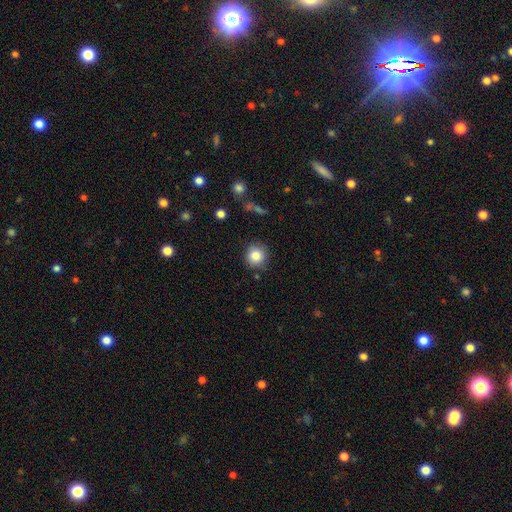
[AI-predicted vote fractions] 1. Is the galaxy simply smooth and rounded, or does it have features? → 83% smooth, 10% star or artifact, 7% featured or disk.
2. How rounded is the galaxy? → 92% round, 7% in between, 1% cigar-shaped.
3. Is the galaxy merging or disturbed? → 86% none, 9% minor disturbance, 2% major disturbance, 2% merger.